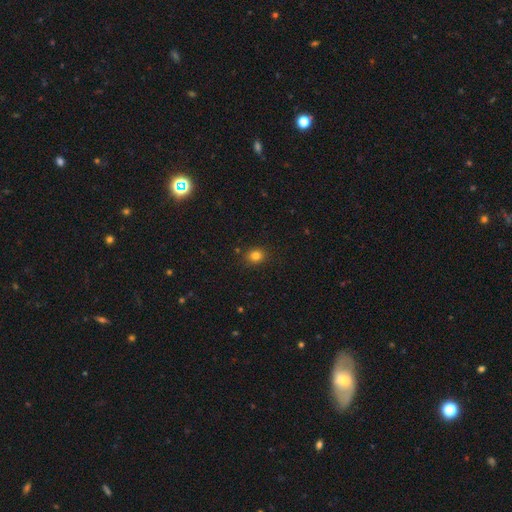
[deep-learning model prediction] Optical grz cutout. It shows a smooth galaxy with no disk features (81%) that is round (70%). Merging: none (88%).